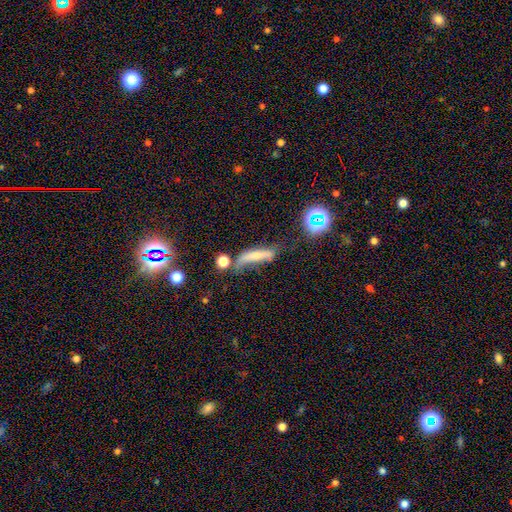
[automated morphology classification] smooth_or_featured: smooth (p=0.54) [alt: featured or disk p=0.31]
how_rounded: cigar-shaped (p=0.73) [alt: in between p=0.22]
merging: none (p=0.35) [alt: minor disturbance p=0.26]